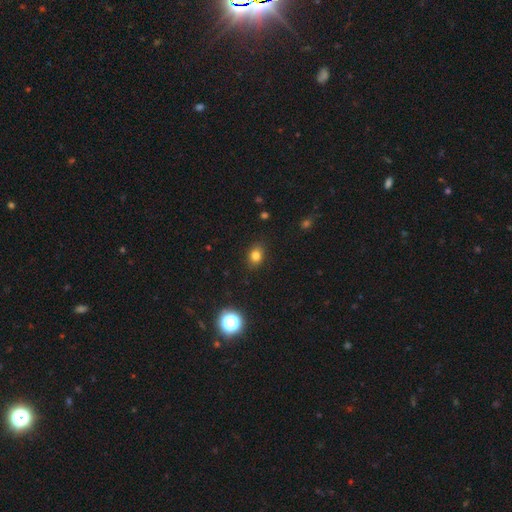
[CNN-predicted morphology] Smooth or featured? smooth (80%)
How rounded? in between (55%)
Merging? none (86%)